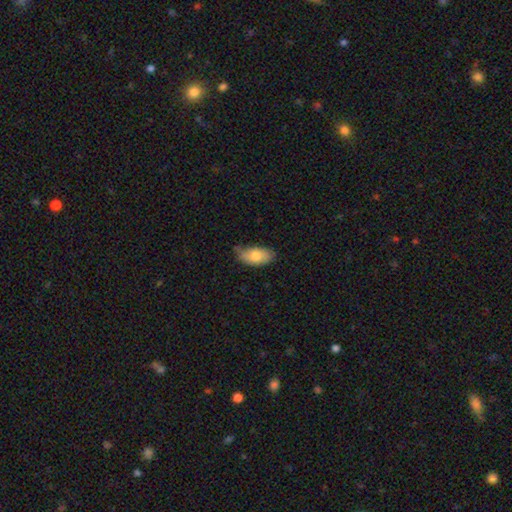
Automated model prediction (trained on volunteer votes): Overall: smooth (76%). How rounded: in between (92%). Merging: none (54%; minor disturbance 36%).